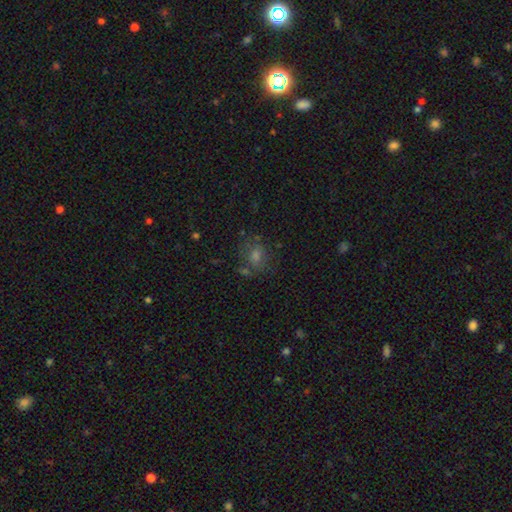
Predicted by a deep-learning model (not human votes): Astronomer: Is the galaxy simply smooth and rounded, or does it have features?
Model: smooth — 52% (runner-up: star or artifact, 29%).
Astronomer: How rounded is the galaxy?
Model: round — 58% (runner-up: in between, 40%).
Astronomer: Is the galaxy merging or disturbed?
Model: none — 67%.